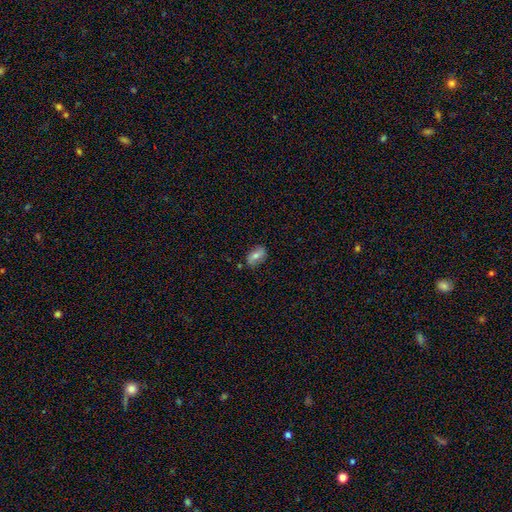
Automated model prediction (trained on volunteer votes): Smooth or featured: smooth — 63% (featured or disk — 28%)
How rounded: in between — 87% (round — 9%)
Merging: none — 76% (minor disturbance — 18%)